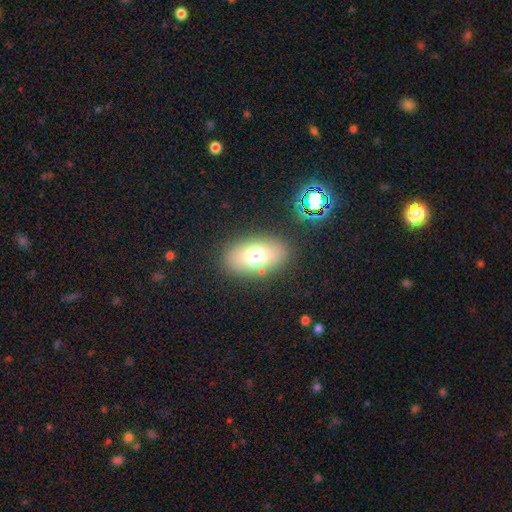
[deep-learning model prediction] A smooth galaxy with no disk features (70%) that is in between round and cigar-shaped (87%).

Vote fractions:
- Smooth or featured? smooth: 70% / featured or disk: 18% / star or artifact: 12%
- How rounded? in between: 87% / round: 11% / cigar-shaped: 2%
- Merging? none: 83% / minor disturbance: 10% / major disturbance: 4% / merger: 3%